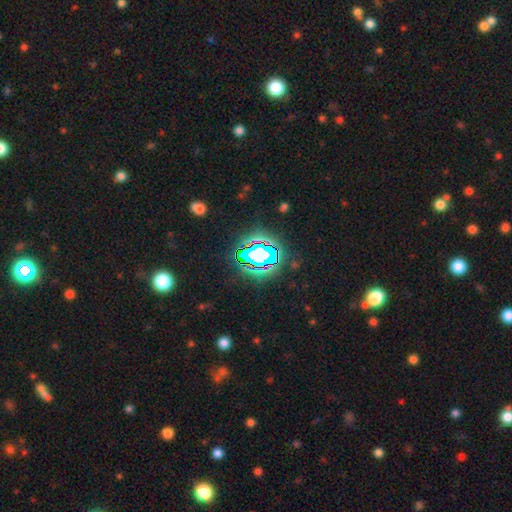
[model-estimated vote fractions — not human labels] star or artifact 63%, smooth 22%, featured or disk 15%.